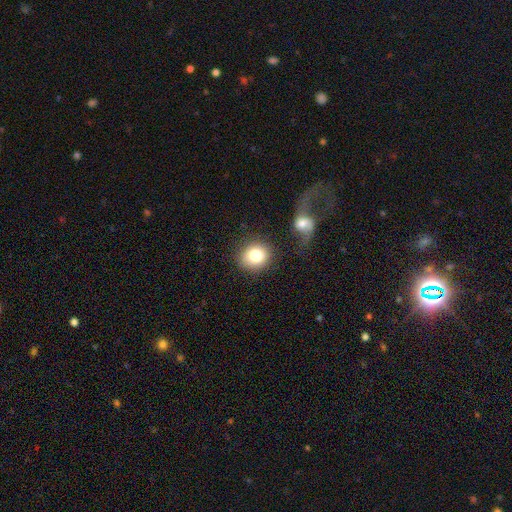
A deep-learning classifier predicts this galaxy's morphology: The model was most divided on "how rounded": round: 79%, in between: 20%, cigar-shaped: 1%. More confident: smooth or featured — smooth (81%); merging — none (77%).